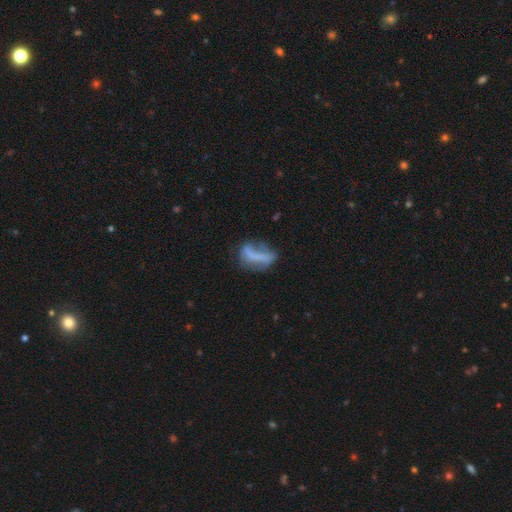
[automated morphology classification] Overall: smooth (47%; featured or disk 41%). Merging: none (34%; major disturbance 32%).